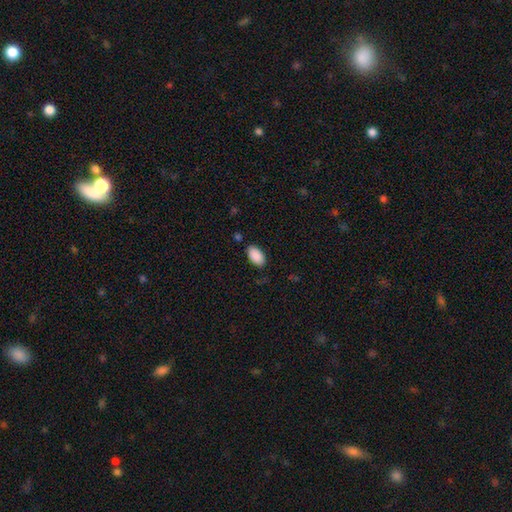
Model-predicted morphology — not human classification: Q: Smooth or featured?
A: smooth (90%); runner-up: star or artifact (7%)
Q: How rounded?
A: in between (95%); runner-up: round (3%)
Q: Merging?
A: none (84%); runner-up: minor disturbance (12%)